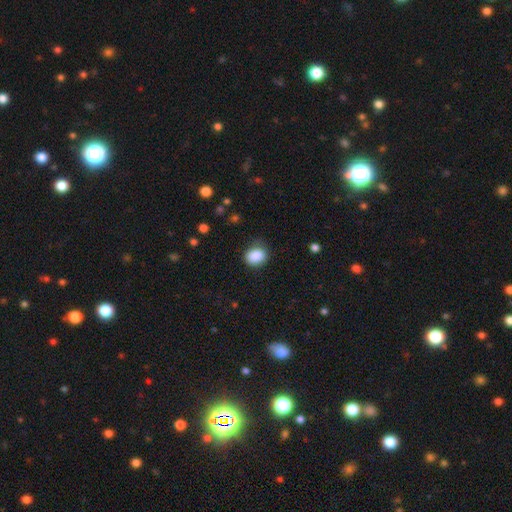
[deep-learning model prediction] This appears to be a smooth galaxy with no disk features (88%) that is round (50%). Merging: none (74%).